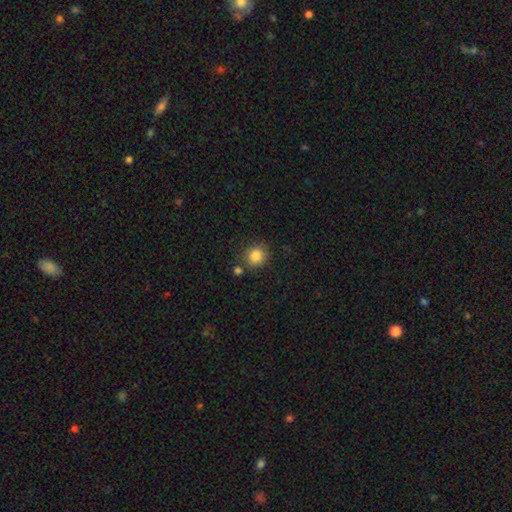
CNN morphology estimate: This is clearly a smooth galaxy (84%). How rounded: clearly round (81%). Merging: likely none (78%).